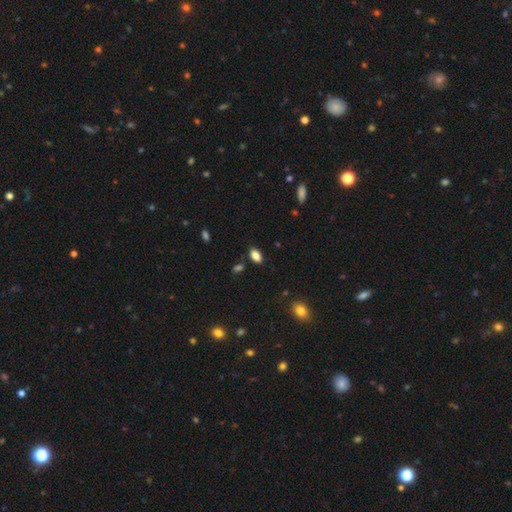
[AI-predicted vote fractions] A smooth galaxy with no disk features (85%) that is in between round and cigar-shaped (91%).

Vote fractions:
- Smooth or featured? smooth: 85% / star or artifact: 10% / featured or disk: 5%
- How rounded? in between: 91% / round: 6% / cigar-shaped: 3%
- Merging? none: 84% / minor disturbance: 10% / merger: 3% / major disturbance: 2%